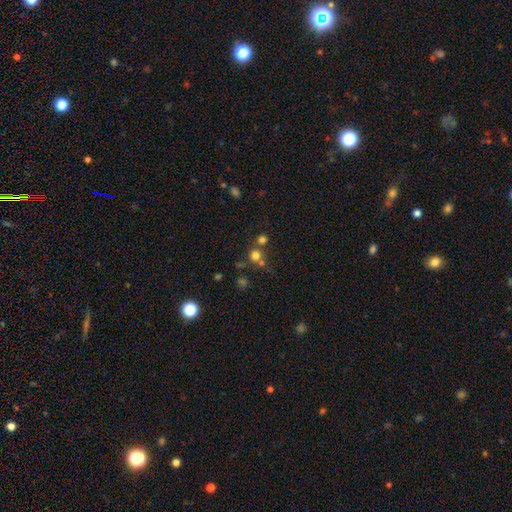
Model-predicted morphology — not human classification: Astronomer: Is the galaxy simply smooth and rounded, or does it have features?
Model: smooth — 69%.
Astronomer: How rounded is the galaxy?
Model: round — 91%.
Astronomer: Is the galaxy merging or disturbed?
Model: none — 63%.